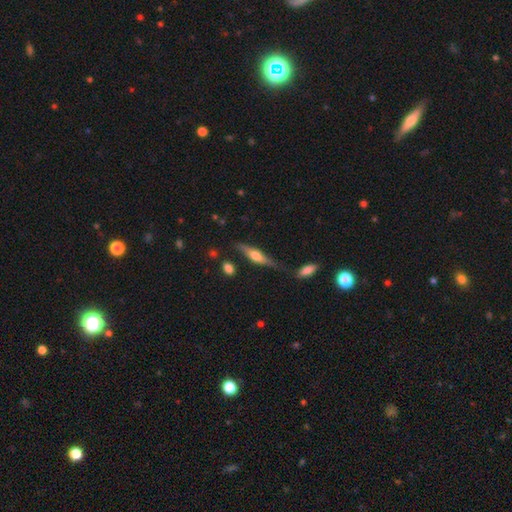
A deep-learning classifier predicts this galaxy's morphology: This appears to be a featured or disk galaxy (60%) viewed edge-on (94%) with a rounded central bulge (84%). Merging: none (72%).